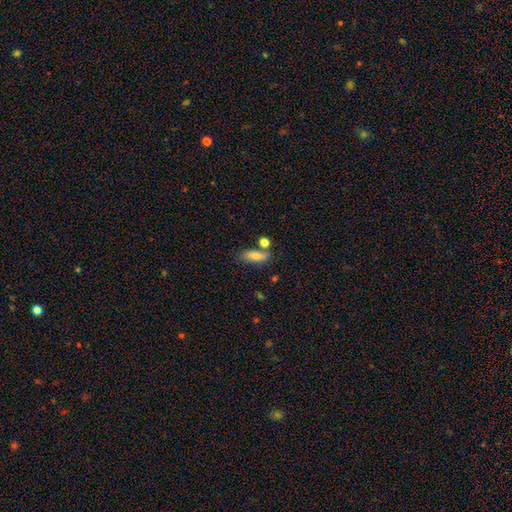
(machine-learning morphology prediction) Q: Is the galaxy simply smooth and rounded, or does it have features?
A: smooth — 77%.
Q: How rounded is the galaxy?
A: in between — 69%.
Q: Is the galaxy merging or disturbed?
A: none — 56%.